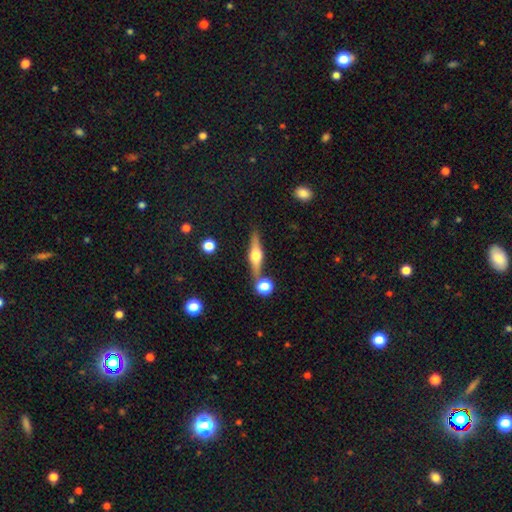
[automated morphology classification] Overall: featured or disk (68%). Edge-on disk: yes (96%). Edge-on bulge: rounded (93%). Merging: none (77%).